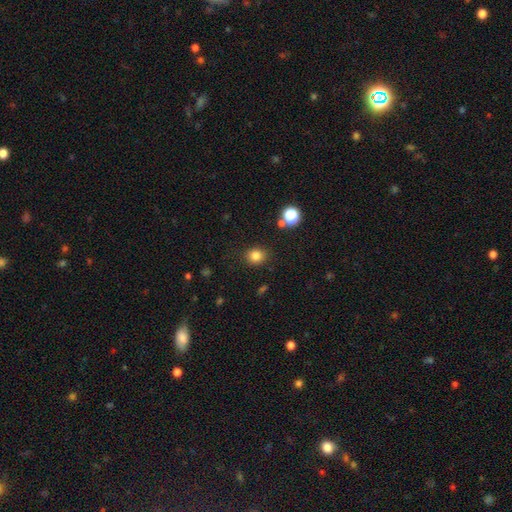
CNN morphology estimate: Smooth or featured? Predicted: smooth (p=0.82). How rounded? Predicted: round (p=0.76). Merging? Predicted: none (p=0.86).